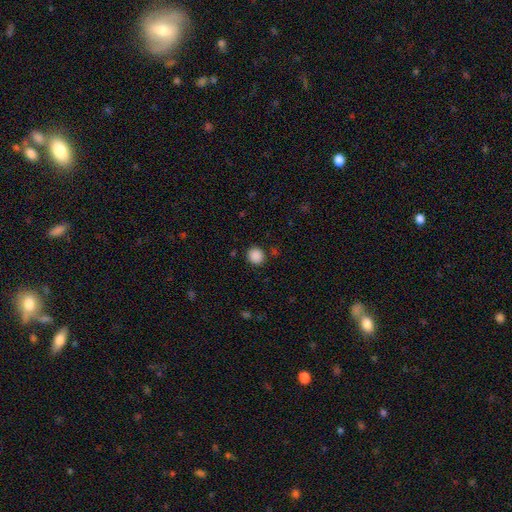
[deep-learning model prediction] A smooth galaxy with no disk features (88%) that is round (88%). Merging: none (87%).